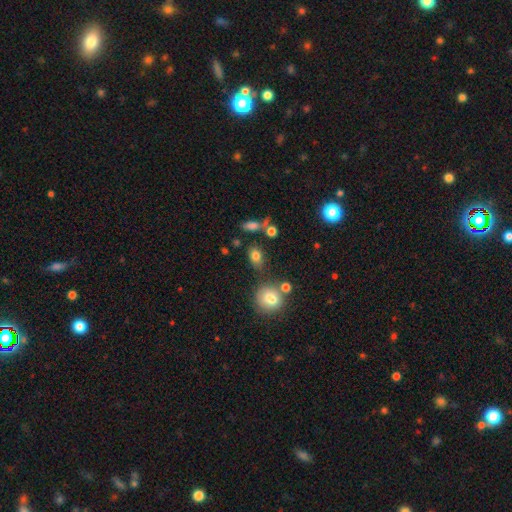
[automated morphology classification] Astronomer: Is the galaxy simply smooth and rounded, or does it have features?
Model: smooth — 78%.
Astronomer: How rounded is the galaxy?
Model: in between — 70%.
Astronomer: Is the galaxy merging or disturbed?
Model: none — 68%.